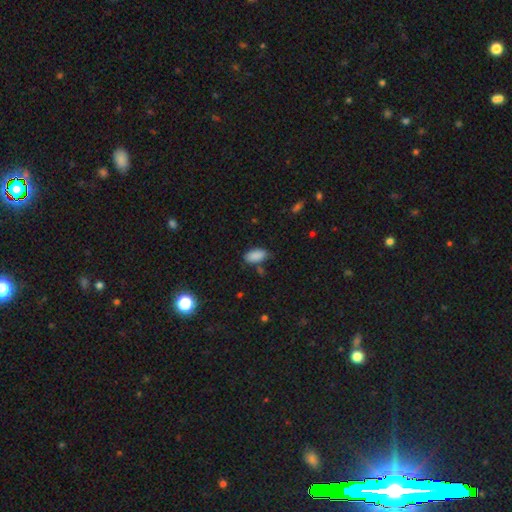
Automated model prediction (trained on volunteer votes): A smooth galaxy with no disk features (88%) that is in between round and cigar-shaped (93%).

Vote fractions:
- Smooth or featured? smooth: 88% / star or artifact: 8% / featured or disk: 4%
- How rounded? in between: 93% / cigar-shaped: 4% / round: 3%
- Merging? none: 72% / minor disturbance: 19% / merger: 4% / major disturbance: 4%